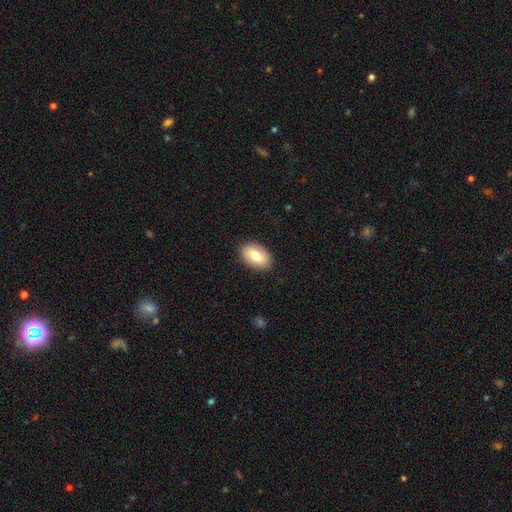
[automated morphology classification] Overall: smooth (74%). How rounded: in between (91%). Merging: none (88%).